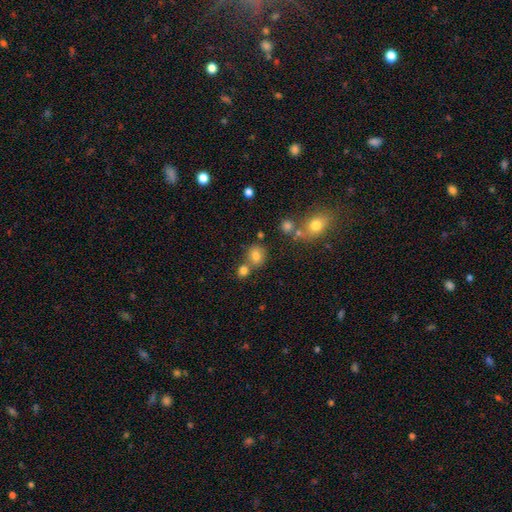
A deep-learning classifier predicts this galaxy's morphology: Smooth or featured?
  - smooth: 76% *
  - star or artifact: 14%
  - featured or disk: 10%
How rounded?
  - round: 60% *
  - in between: 39%
  - cigar-shaped: 1%
Merging?
  - none: 61% *
  - merger: 23%
  - minor disturbance: 12%
  - major disturbance: 4%